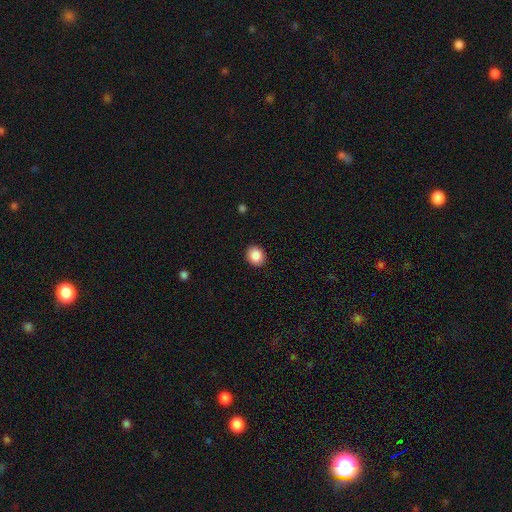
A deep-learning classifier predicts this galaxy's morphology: This is clearly a smooth galaxy (88%). How rounded: likely round (62%). Merging: clearly none (90%).